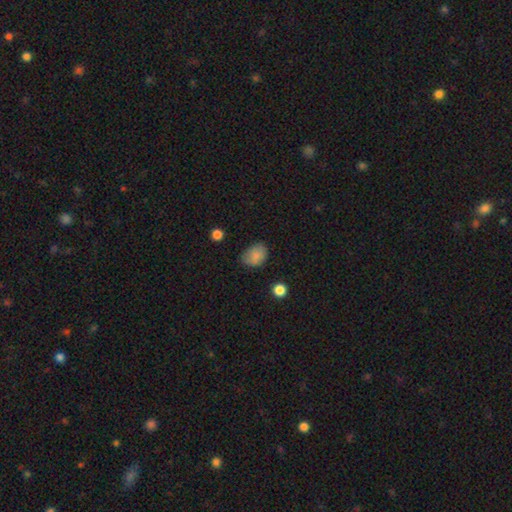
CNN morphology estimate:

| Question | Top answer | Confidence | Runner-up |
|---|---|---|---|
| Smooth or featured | smooth | 83% | star or artifact (9%) |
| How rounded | in between | 71% | round (28%) |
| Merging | none | 65% | minor disturbance (28%) |